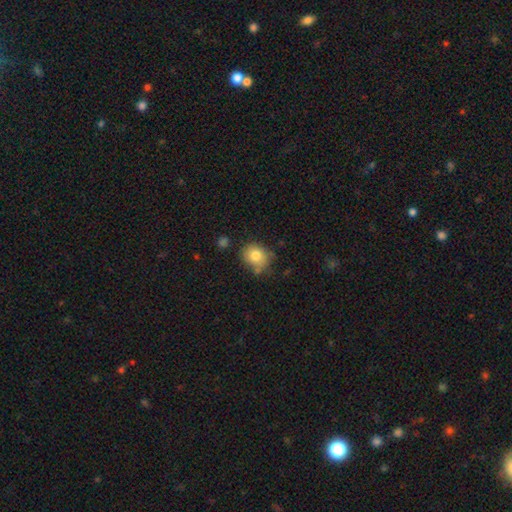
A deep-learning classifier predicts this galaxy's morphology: Q: Smooth or featured?
A: smooth (80%); runner-up: featured or disk (10%)
Q: How rounded?
A: round (70%); runner-up: in between (29%)
Q: Merging?
A: none (70%); runner-up: minor disturbance (19%)